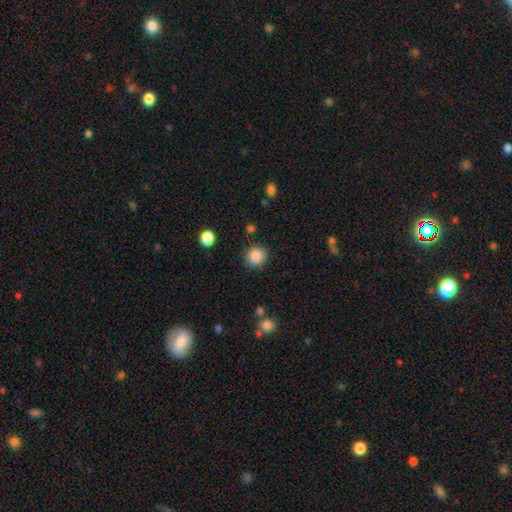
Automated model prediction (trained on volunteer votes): Smooth or featured? Predicted: smooth (p=0.85). How rounded? Predicted: round (p=0.90). Merging? Predicted: none (p=0.85).